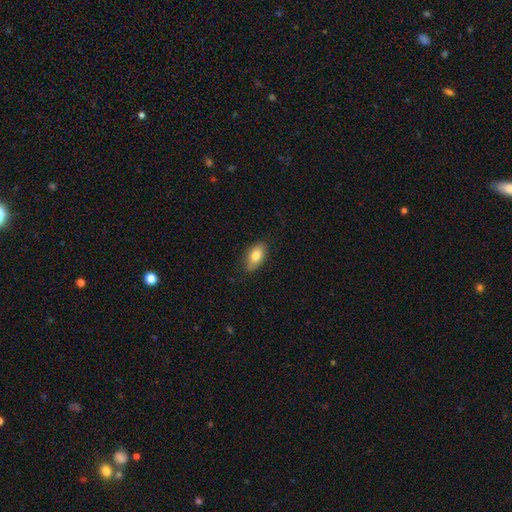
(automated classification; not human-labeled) The model was most divided on "merging": none: 80%, minor disturbance: 16%, major disturbance: 3%, merger: 1%. More confident: how rounded — in between (91%); smooth or featured — smooth (81%).